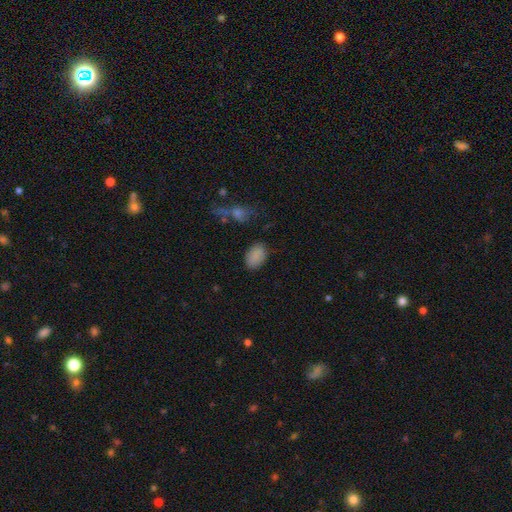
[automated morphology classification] Overall: smooth (87%). How rounded: in between (88%). Merging: none (83%).